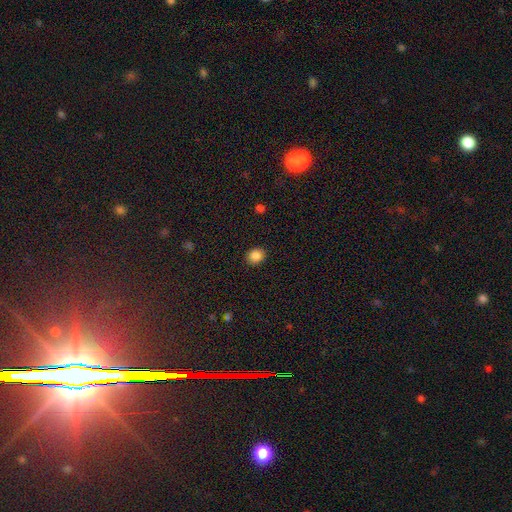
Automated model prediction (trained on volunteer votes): smooth_or_featured: smooth (p=0.86) [alt: star or artifact p=0.10]
how_rounded: round (p=0.67) [alt: in between p=0.33]
merging: none (p=0.89) [alt: minor disturbance p=0.08]